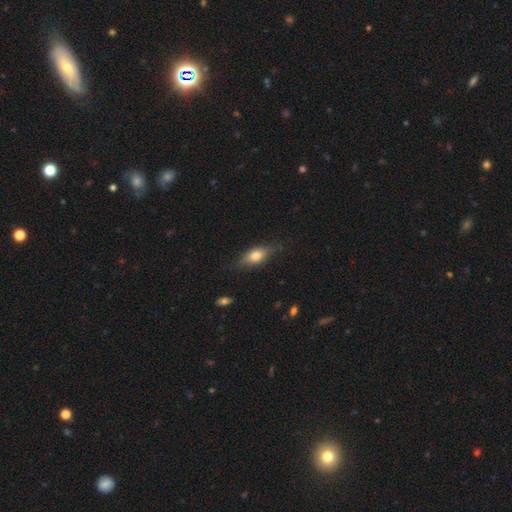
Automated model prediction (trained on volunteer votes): A smooth galaxy with no disk features (66%) that is in between round and cigar-shaped (74%). Merging: none (76%).